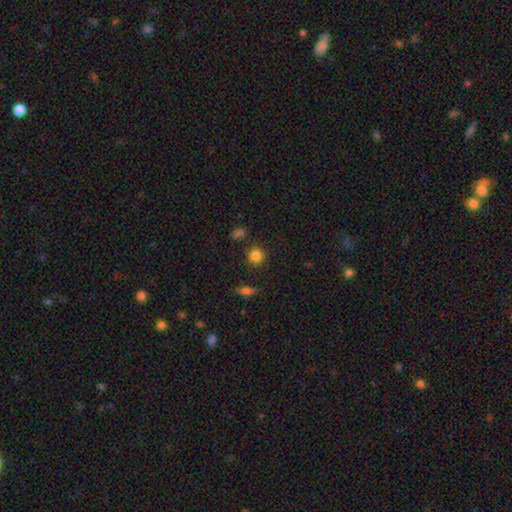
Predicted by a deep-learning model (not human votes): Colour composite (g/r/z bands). It shows a smooth galaxy with no disk features (83%) that is round (90%). Merging: none (85%).